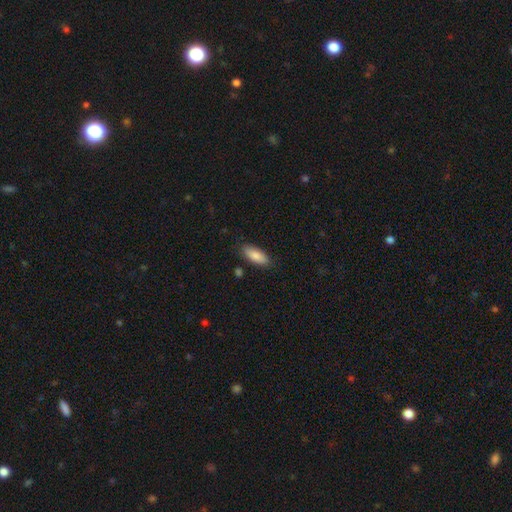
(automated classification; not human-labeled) smooth 85%, featured or disk 9%, star or artifact 6%. Down the decision tree: how rounded — in between (79%); merging — none (83%).